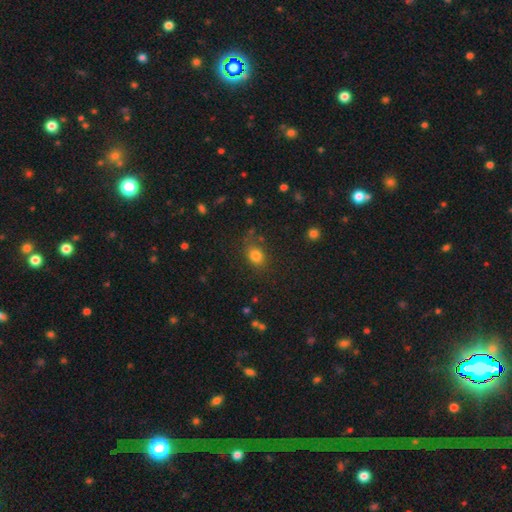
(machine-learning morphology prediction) Q: Smooth or featured?
A: smooth (80%); runner-up: star or artifact (13%)
Q: How rounded?
A: in between (53%); runner-up: round (46%)
Q: Merging?
A: none (74%); runner-up: minor disturbance (17%)